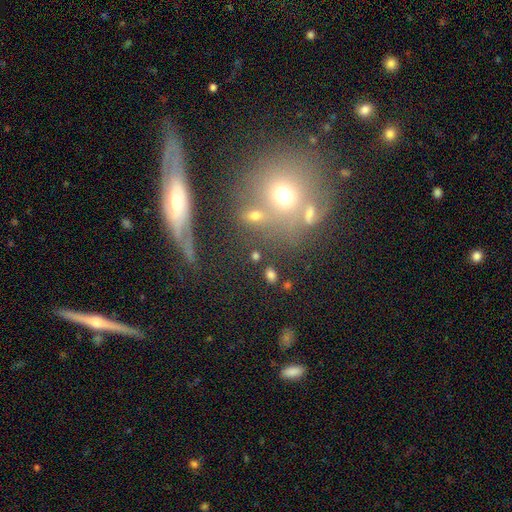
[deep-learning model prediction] A smooth galaxy with no disk features (57%) that is round (57%). Merging: none (60%).